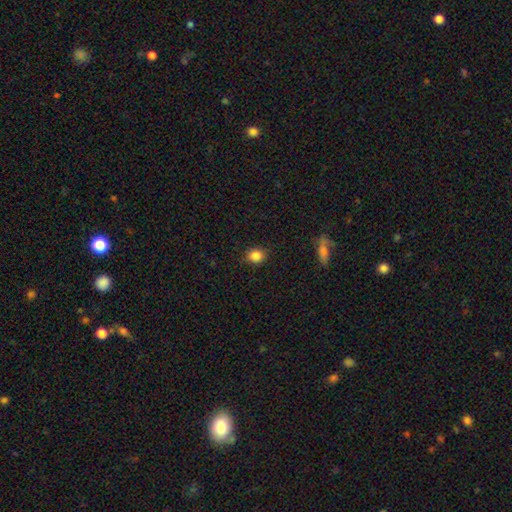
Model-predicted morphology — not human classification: Smooth or featured: smooth — 85% (star or artifact — 10%)
How rounded: round — 69% (in between — 30%)
Merging: none — 86% (minor disturbance — 10%)